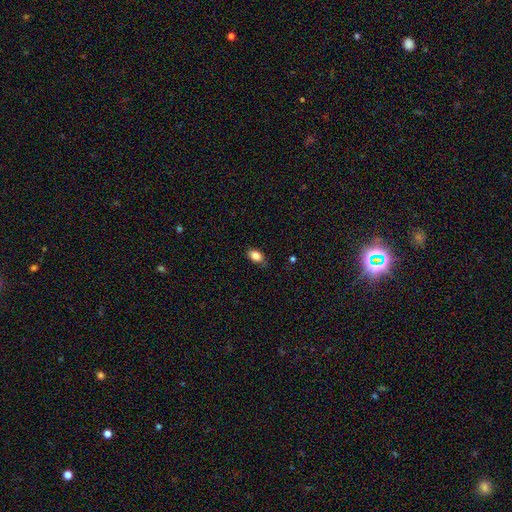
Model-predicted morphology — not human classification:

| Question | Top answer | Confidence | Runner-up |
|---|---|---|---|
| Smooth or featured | smooth | 85% | star or artifact (8%) |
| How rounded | in between | 88% | round (9%) |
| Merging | none | 77% | minor disturbance (19%) |